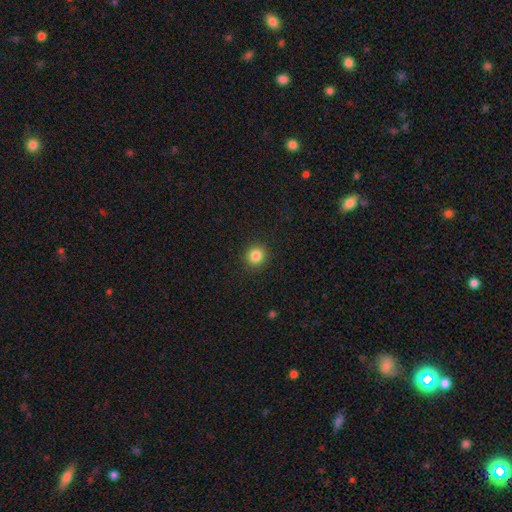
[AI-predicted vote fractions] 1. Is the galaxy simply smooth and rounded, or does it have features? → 85% smooth, 11% star or artifact, 4% featured or disk.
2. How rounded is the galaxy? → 90% round, 9% in between, 1% cigar-shaped.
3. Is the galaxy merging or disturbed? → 92% none, 5% minor disturbance, 2% major disturbance, 1% merger.